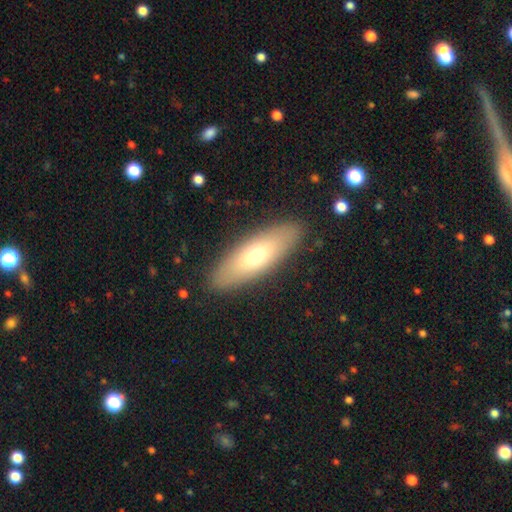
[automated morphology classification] smooth 64%, featured or disk 30%, star or artifact 7%. Down the decision tree: how rounded — in between (57%); merging — none (89%).